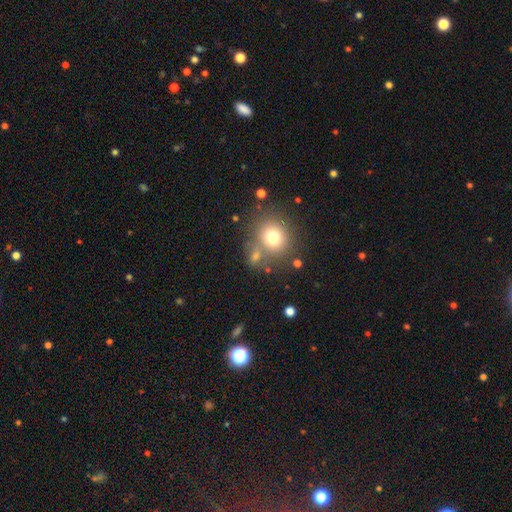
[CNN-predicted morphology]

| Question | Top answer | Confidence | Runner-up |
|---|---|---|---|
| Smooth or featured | smooth | 73% | star or artifact (16%) |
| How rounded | round | 71% | in between (27%) |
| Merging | none | 58% | merger (24%) |